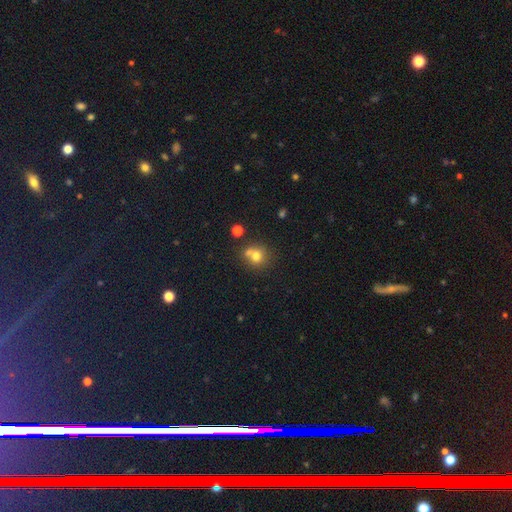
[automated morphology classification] Smooth or featured? smooth (73%)
How rounded? round (81%)
Merging? none (48%)